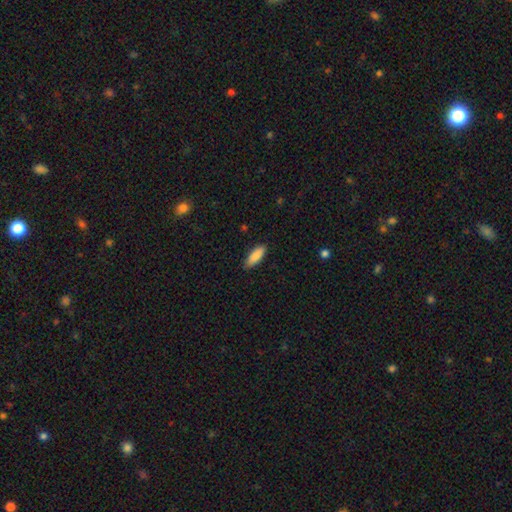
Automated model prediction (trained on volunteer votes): Q: Smooth or featured?
A: smooth (87%); runner-up: featured or disk (7%)
Q: How rounded?
A: in between (66%); runner-up: cigar-shaped (32%)
Q: Merging?
A: none (85%); runner-up: minor disturbance (12%)